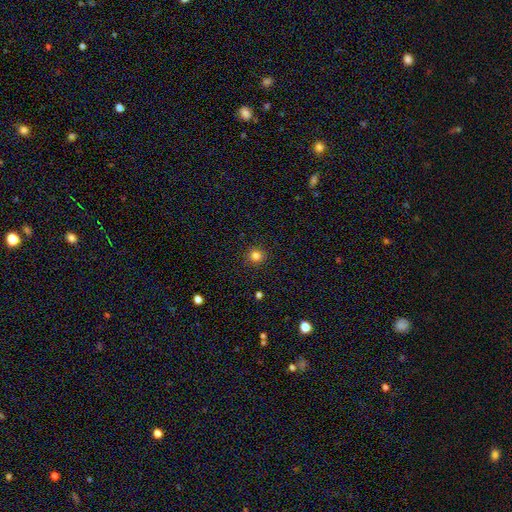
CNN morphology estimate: A smooth galaxy with no disk features (83%) that is round (90%). Merging: none (91%).